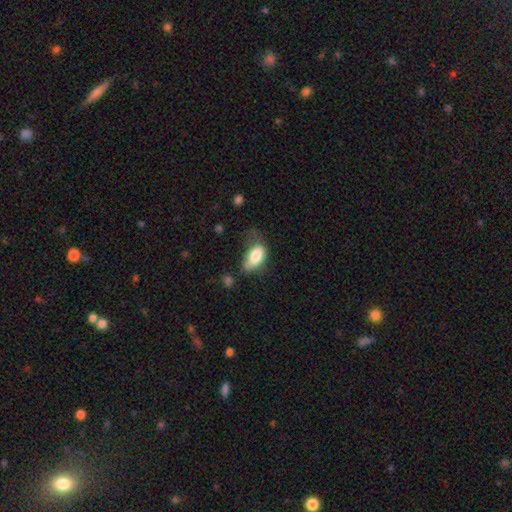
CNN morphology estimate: The model was most divided on "merging": minor disturbance: 37%, none: 31%, major disturbance: 27%, merger: 6%. More confident: how rounded — in between (91%); smooth or featured — smooth (79%).